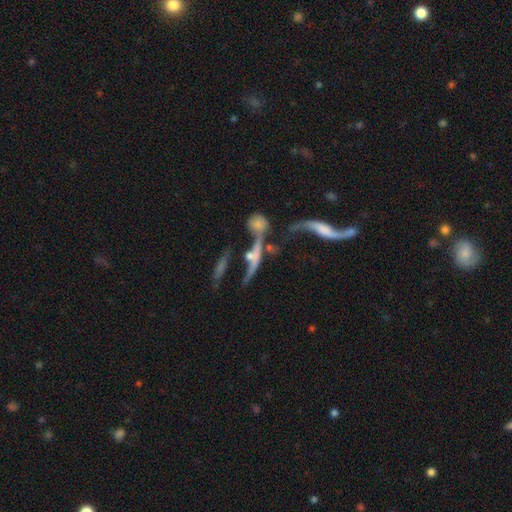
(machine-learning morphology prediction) smooth_or_featured: featured or disk (p=0.66) [alt: smooth p=0.21]
disk_edge_on: no (p=0.54) [alt: yes p=0.46]
merging: merger (p=0.41) [alt: none p=0.26]